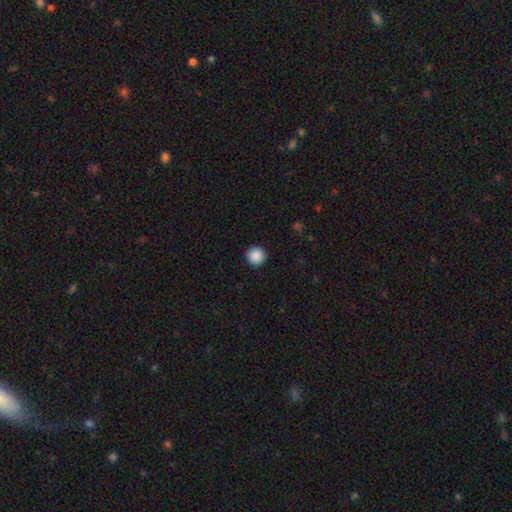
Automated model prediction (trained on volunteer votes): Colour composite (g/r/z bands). It shows a smooth galaxy with no disk features (89%) that is round (96%). Merging: none (93%).